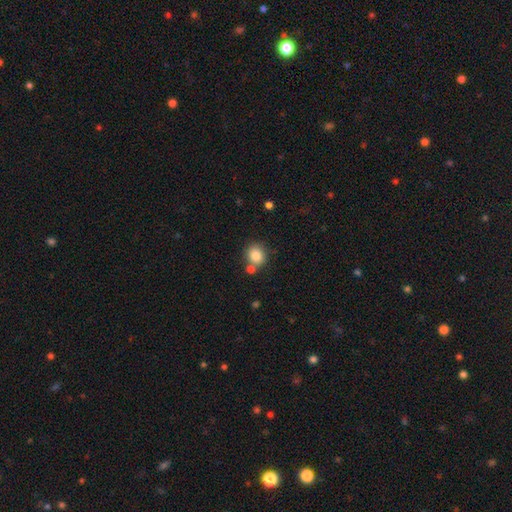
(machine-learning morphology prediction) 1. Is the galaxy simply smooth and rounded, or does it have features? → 84% smooth, 10% star or artifact, 7% featured or disk.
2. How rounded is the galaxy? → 76% round, 23% in between, 1% cigar-shaped.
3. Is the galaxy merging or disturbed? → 67% none, 19% merger, 11% minor disturbance, 3% major disturbance.